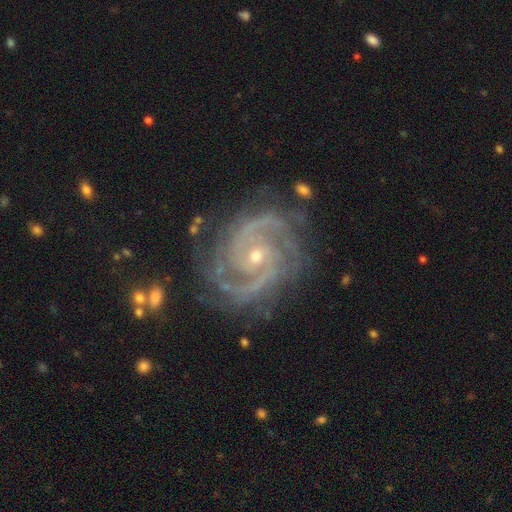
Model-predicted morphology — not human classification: Smooth or featured?
  - featured or disk: 93% *
  - star or artifact: 5%
  - smooth: 2%
Edge-on disk?
  - no: 98% *
  - yes: 2%
Bar?
  - no: 61% *
  - weak: 30%
  - strong: 9%
Spiral arms?
  - yes: 99% *
  - no: 1%
Spiral winding?
  - tight: 58% *
  - medium: 37%
  - loose: 5%
Spiral arm count?
  - 2: 51% *
  - 3: 23%
  - can't tell: 8%
  - 4: 8%
  - more than 4: 5%
  - 1: 5%
Bulge size?
  - small: 59% *
  - moderate: 39%
  - large: 1%
  - none: 1%
  - dominant: 1%
Merging?
  - none: 76% *
  - minor disturbance: 17%
  - major disturbance: 6%
  - merger: 2%